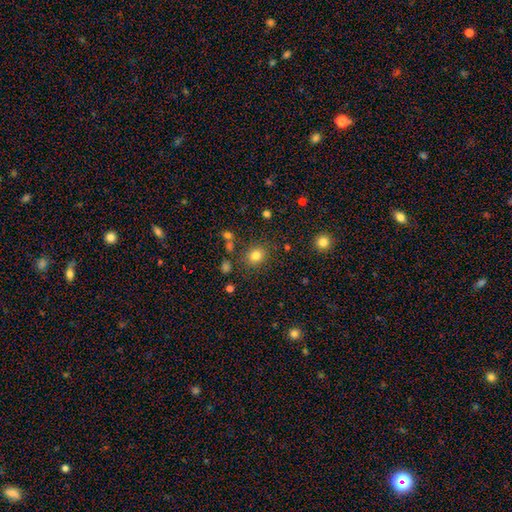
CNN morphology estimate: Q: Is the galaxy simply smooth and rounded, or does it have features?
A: smooth — 81%.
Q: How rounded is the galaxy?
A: round — 74%.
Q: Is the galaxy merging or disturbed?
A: none — 83%.